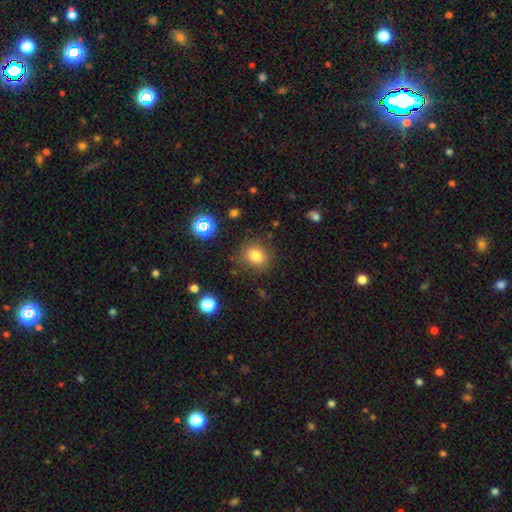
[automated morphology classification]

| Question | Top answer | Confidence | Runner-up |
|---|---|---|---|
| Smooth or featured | smooth | 79% | star or artifact (14%) |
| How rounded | round | 71% | in between (28%) |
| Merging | none | 83% | minor disturbance (11%) |